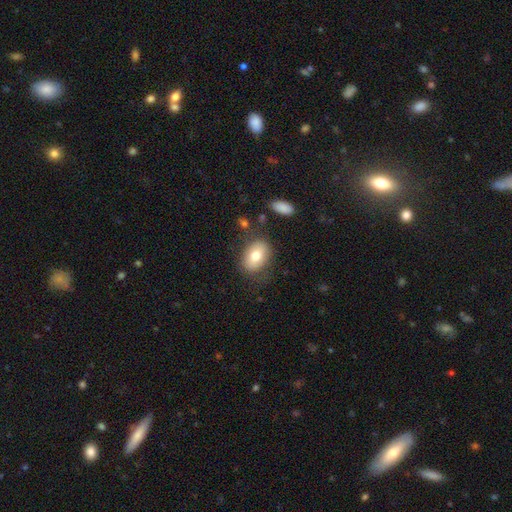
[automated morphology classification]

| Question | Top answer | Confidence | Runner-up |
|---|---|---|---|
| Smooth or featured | smooth | 76% | featured or disk (17%) |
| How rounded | in between | 81% | round (18%) |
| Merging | none | 74% | minor disturbance (16%) |